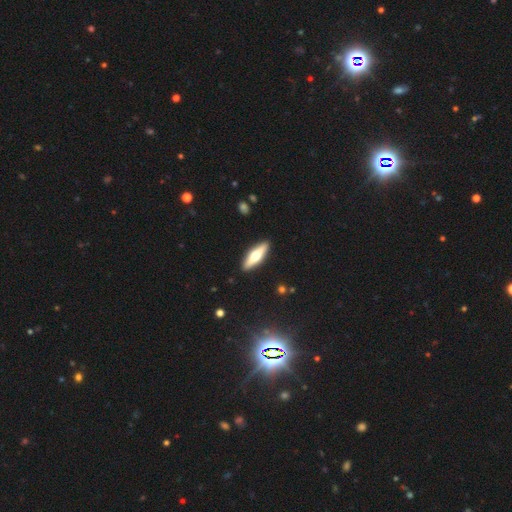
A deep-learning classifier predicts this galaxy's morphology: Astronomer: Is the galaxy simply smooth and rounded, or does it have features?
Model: featured or disk — 50% (runner-up: smooth, 45%).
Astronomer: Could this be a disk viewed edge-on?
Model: yes — 89%.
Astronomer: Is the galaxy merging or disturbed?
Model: none — 90%.